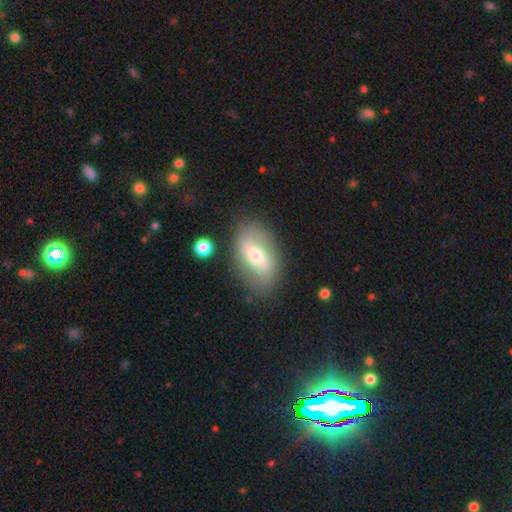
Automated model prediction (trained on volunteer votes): Overall: featured or disk (55%; smooth 37%). Edge-on disk: no (88%). Merging: none (81%).